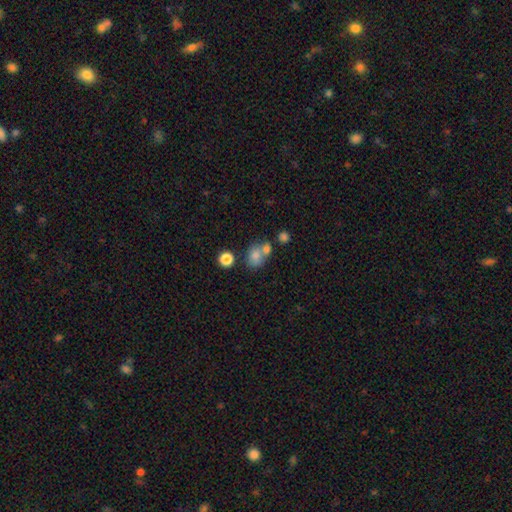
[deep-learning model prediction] The model was most divided on "merging": none: 41%, merger: 40%, minor disturbance: 13%, major disturbance: 6%. More confident: smooth or featured — smooth (74%); how rounded — in between (50%).